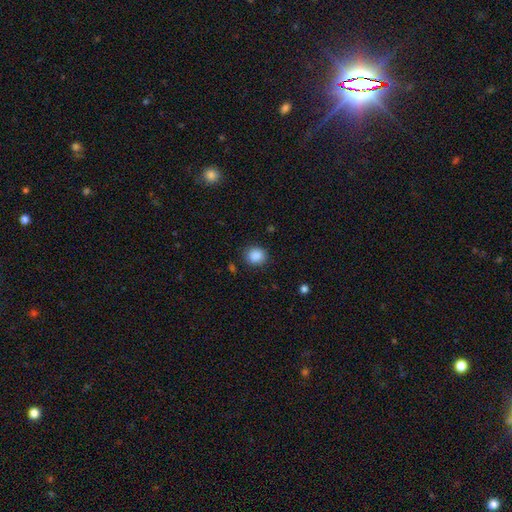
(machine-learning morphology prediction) smooth-or-featured: smooth: 88% | star or artifact: 9% | featured or disk: 3%
  how-rounded: round: 80% | in between: 19% | cigar-shaped: 1%
  merging: none: 85% | minor disturbance: 10% | major disturbance: 3% | merger: 1%